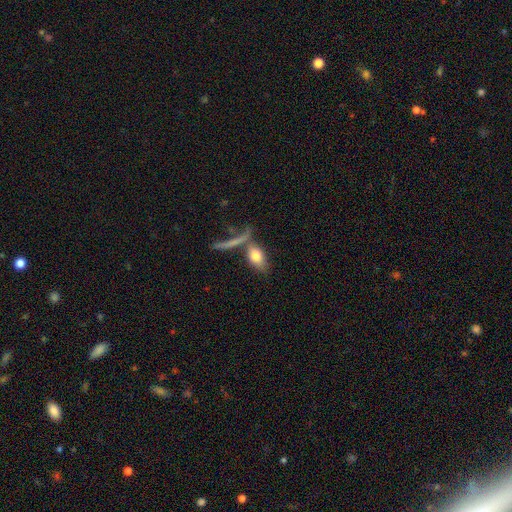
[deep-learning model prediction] Q: Smooth or featured?
A: smooth (75%); runner-up: featured or disk (17%)
Q: How rounded?
A: in between (77%); runner-up: cigar-shaped (14%)
Q: Merging?
A: none (49%); runner-up: merger (27%)